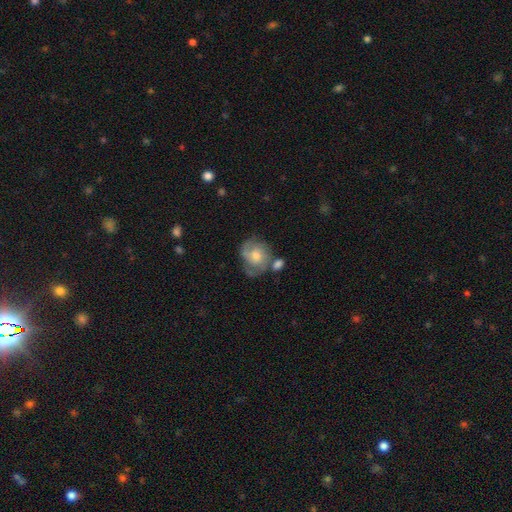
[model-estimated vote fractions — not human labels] Smooth or featured: featured or disk — 60% (smooth — 32%)
Edge-on disk: no — 97% (yes — 3%)
Bar: no — 74% (weak — 23%)
Spiral arms: yes — 83% (no — 17%)
Bulge size: moderate — 64% (small — 23%)
Merging: none — 56% (minor disturbance — 21%)